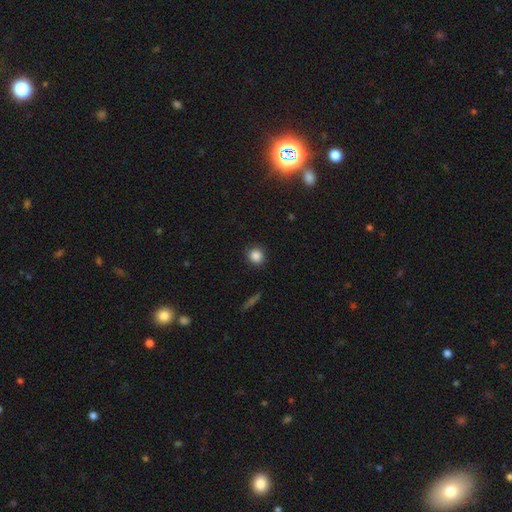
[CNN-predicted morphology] Overall: smooth (86%). How rounded: round (90%). Merging: none (89%).